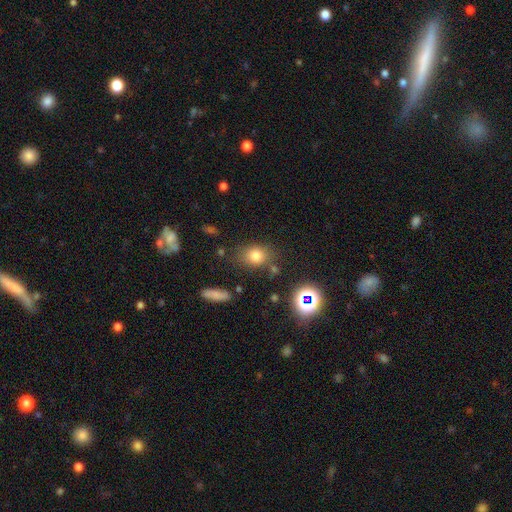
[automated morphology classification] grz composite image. It shows a smooth galaxy with no disk features (76%) that is in between round and cigar-shaped (54%). Merging: none (72%).